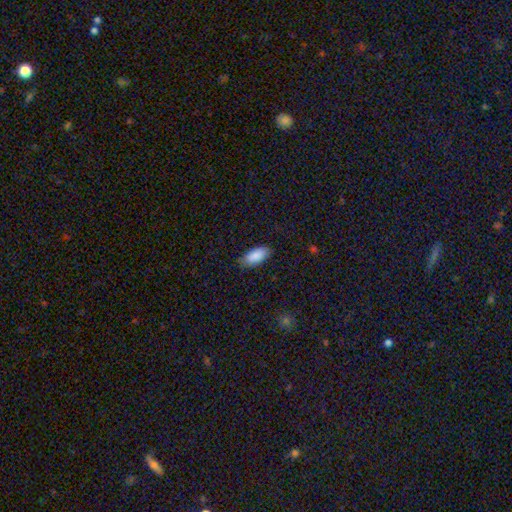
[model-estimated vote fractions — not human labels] smooth-or-featured: smooth: 90% | star or artifact: 6% | featured or disk: 4%
  how-rounded: in between: 90% | cigar-shaped: 9% | round: 2%
  merging: none: 85% | minor disturbance: 12% | major disturbance: 2% | merger: 1%